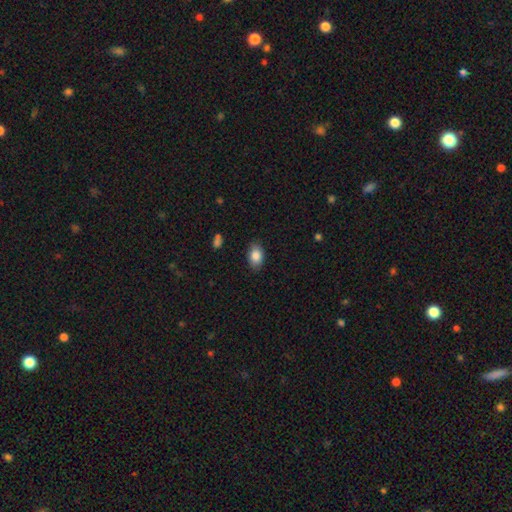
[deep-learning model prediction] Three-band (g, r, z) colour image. It shows a smooth galaxy with no disk features (86%) that is in between round and cigar-shaped (88%). Merging: none (86%).